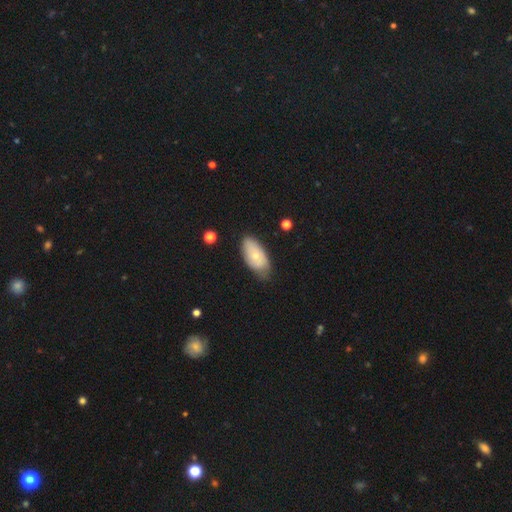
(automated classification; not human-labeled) Q: Smooth or featured?
A: smooth (63%); runner-up: featured or disk (30%)
Q: How rounded?
A: in between (92%); runner-up: round (4%)
Q: Merging?
A: none (66%); runner-up: minor disturbance (27%)